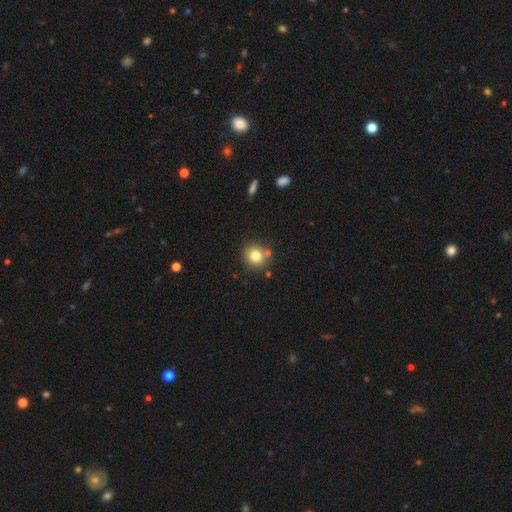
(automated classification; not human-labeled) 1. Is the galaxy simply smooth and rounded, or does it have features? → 80% smooth, 11% star or artifact, 9% featured or disk.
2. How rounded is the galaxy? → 83% round, 17% in between, 1% cigar-shaped.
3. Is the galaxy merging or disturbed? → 75% none, 12% minor disturbance, 10% merger, 3% major disturbance.